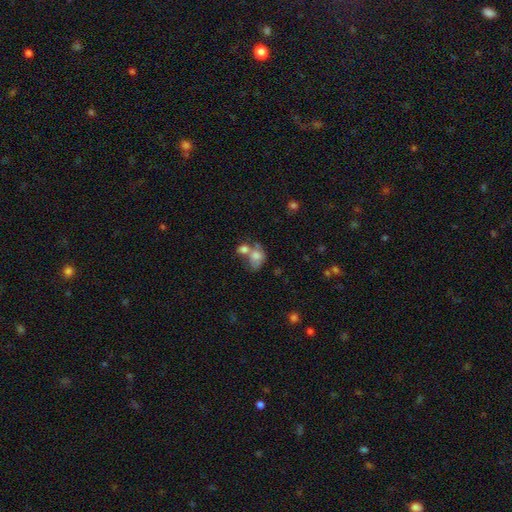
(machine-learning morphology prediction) Smooth or featured: smooth — 70% (featured or disk — 20%)
How rounded: in between — 62% (round — 36%)
Merging: merger — 57% (none — 21%)